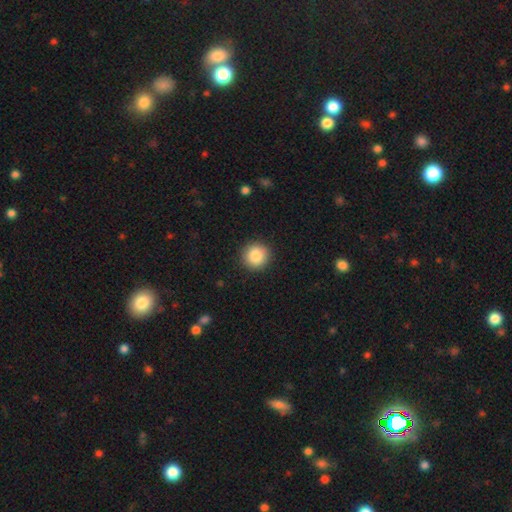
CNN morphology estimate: Smooth or featured? Predicted: smooth (p=0.86). How rounded? Predicted: round (p=0.94). Merging? Predicted: none (p=0.92).